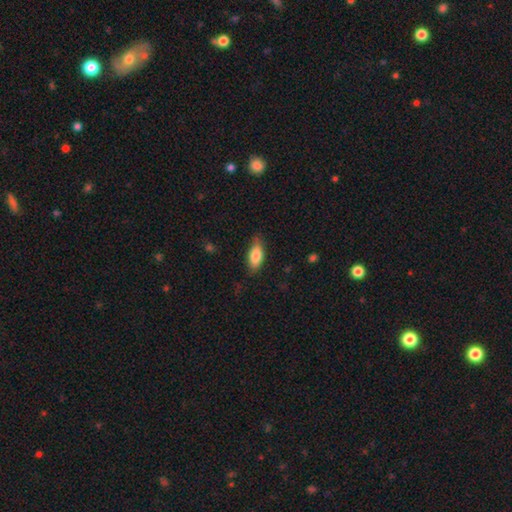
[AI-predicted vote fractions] A smooth galaxy with no disk features (82%) that is in between round and cigar-shaped (83%). Merging: none (73%).